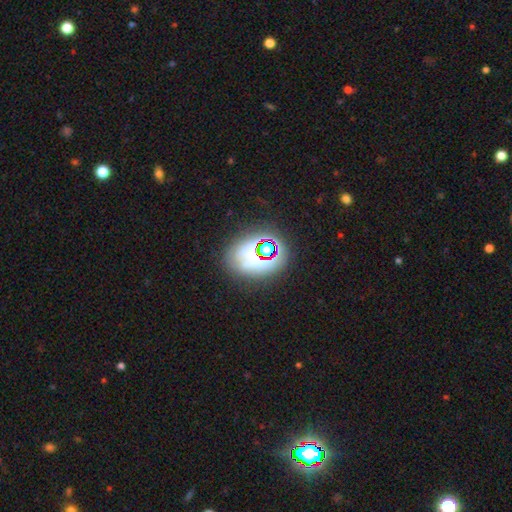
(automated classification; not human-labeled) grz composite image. It shows a star or artifact, not a galaxy (44%).